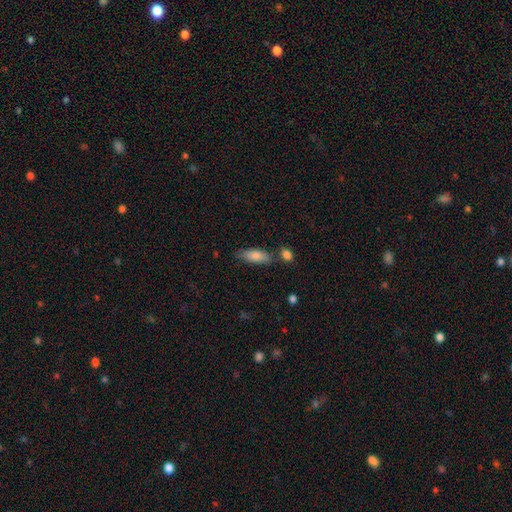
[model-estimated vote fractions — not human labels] Morphology: type=smooth (81%); roundness=in between (72%); merging=none (67%).